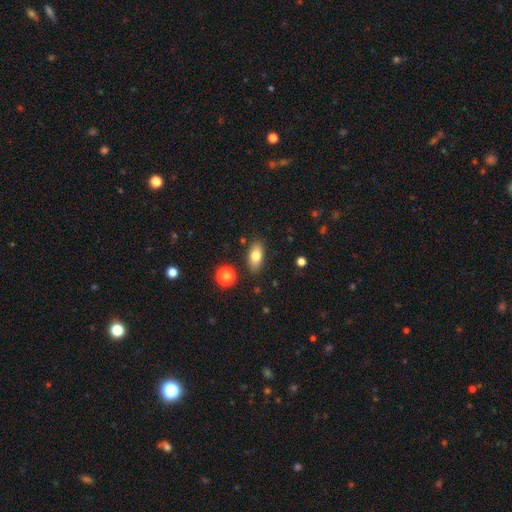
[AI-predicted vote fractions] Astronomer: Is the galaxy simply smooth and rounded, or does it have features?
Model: smooth — 79%.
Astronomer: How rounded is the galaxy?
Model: in between — 86%.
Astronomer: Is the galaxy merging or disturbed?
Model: none — 85%.